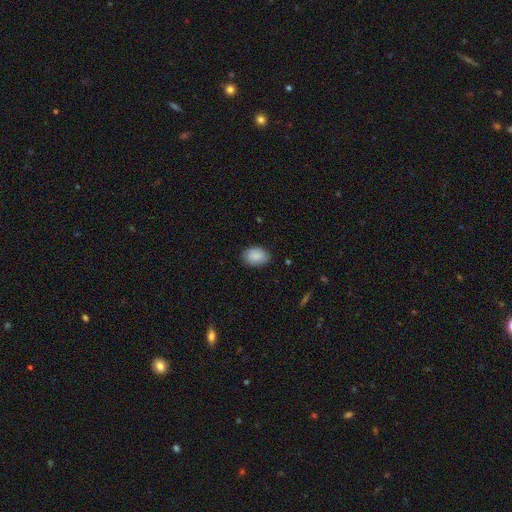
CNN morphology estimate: A smooth galaxy with no disk features (89%) that is in between round and cigar-shaped (80%). Merging: none (82%).